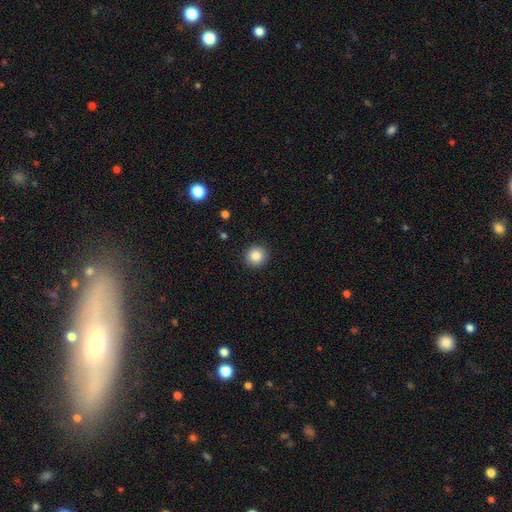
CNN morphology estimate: Smooth or featured? smooth (86%)
How rounded? round (92%)
Merging? none (92%)